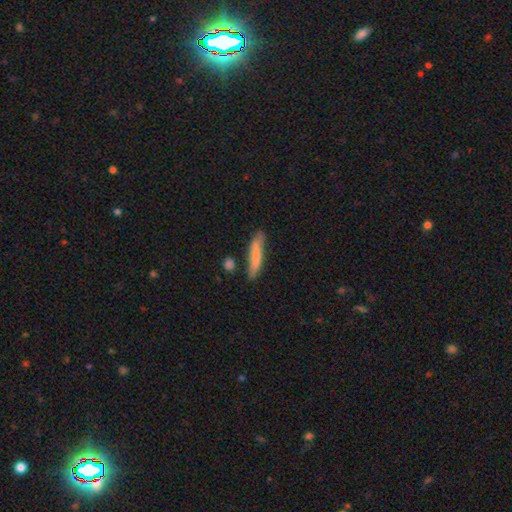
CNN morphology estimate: This appears to be a smooth galaxy with no disk features (75%) that is cigar-shaped (88%). Merging: none (75%).